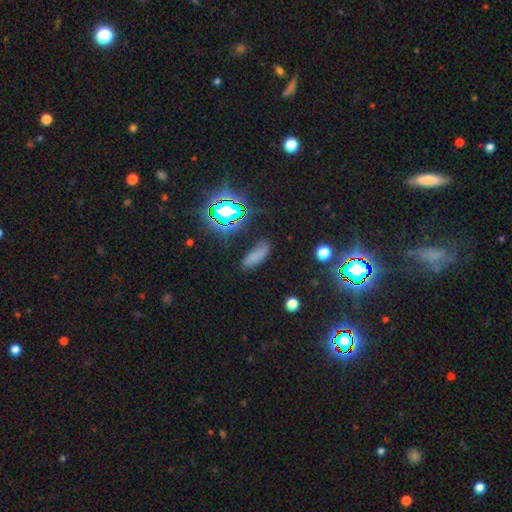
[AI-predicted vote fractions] Morphology: type=smooth (65%); roundness=in between (61%); merging=none (70%).